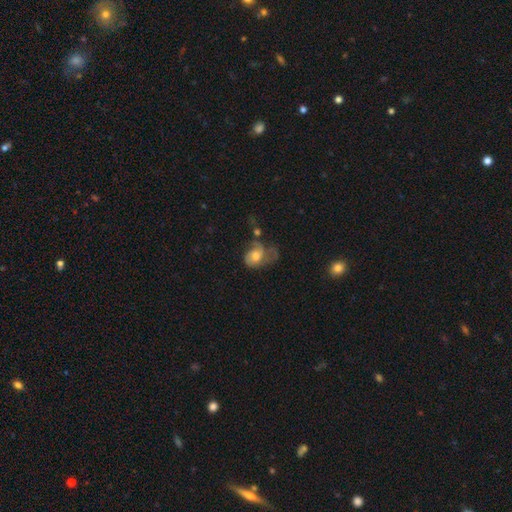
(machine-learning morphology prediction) Overall: featured or disk (56%; smooth 36%). Edge-on disk: no (97%). Bar: no (73%). Spiral arms: yes (76%). Bulge size: moderate (50%; large 29%). Merging: major disturbance (44%; none 24%).